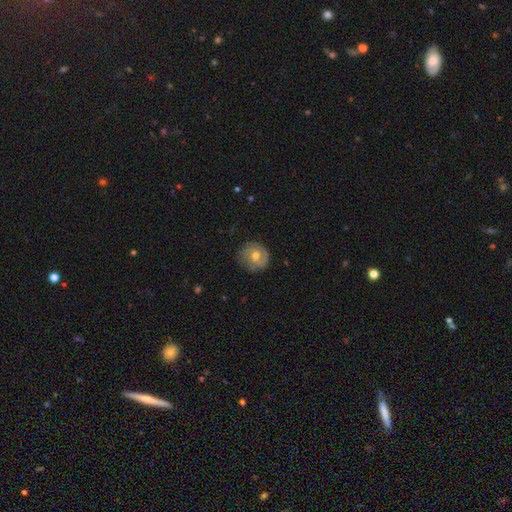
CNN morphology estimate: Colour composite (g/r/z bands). It shows a featured or disk galaxy (51%). Merging: none (73%).